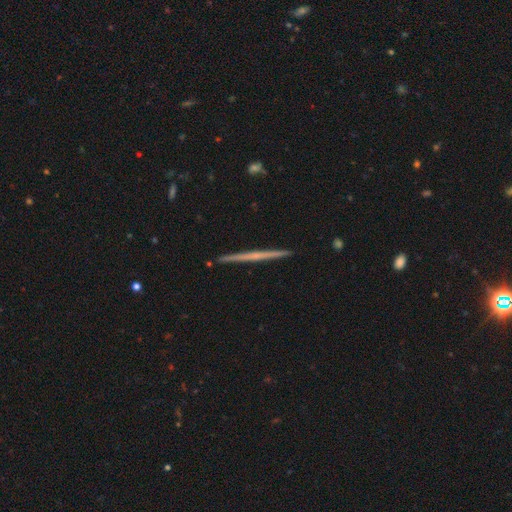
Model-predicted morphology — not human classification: type=featured or disk (65%); edge-on=yes (98%); edge-on bulge=none (79%); merging=none (93%).